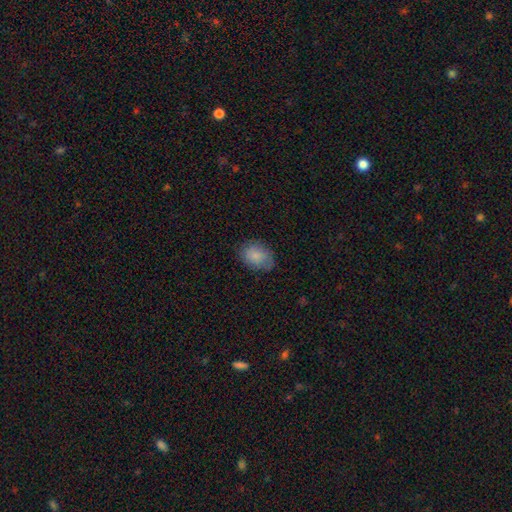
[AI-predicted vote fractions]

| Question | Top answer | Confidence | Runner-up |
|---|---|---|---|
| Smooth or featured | smooth | 84% | featured or disk (9%) |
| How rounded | in between | 72% | round (27%) |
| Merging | none | 72% | minor disturbance (21%) |